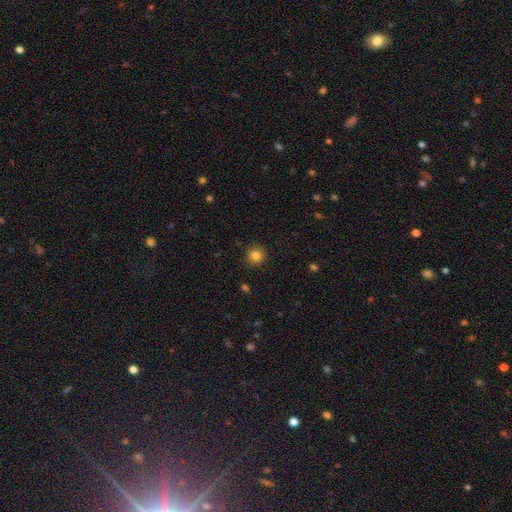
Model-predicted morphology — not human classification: Smooth or featured: smooth — 84% (star or artifact — 11%)
How rounded: round — 91% (in between — 8%)
Merging: none — 89% (minor disturbance — 8%)